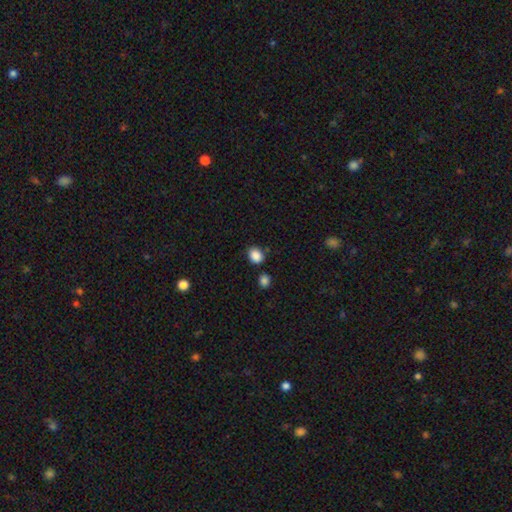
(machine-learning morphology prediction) A smooth galaxy with no disk features (88%) that is in between round and cigar-shaped (51%).

Vote fractions:
- Smooth or featured? smooth: 88% / star or artifact: 9% / featured or disk: 3%
- How rounded? in between: 51% / round: 48% / cigar-shaped: 1%
- Merging? none: 79% / minor disturbance: 12% / merger: 6% / major disturbance: 3%